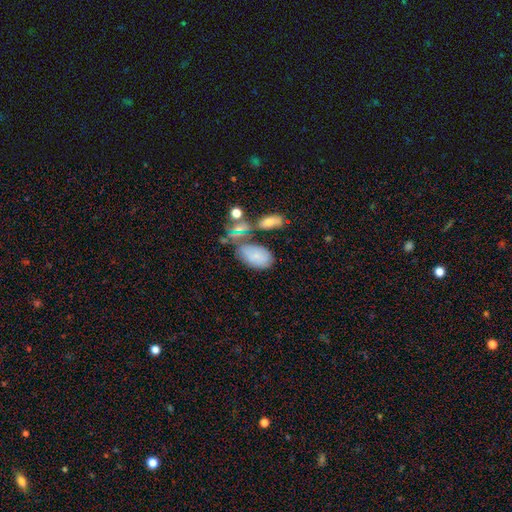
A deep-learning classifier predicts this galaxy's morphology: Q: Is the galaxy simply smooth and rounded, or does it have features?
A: smooth — 69%.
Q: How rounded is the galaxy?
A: in between — 92%.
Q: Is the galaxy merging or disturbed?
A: none — 45%.